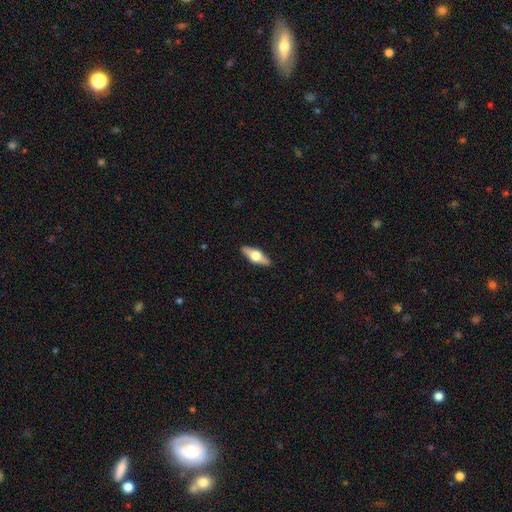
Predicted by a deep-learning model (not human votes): A featured or disk galaxy (58%) viewed edge-on (93%) with a rounded central bulge (95%). Merging: none (89%).